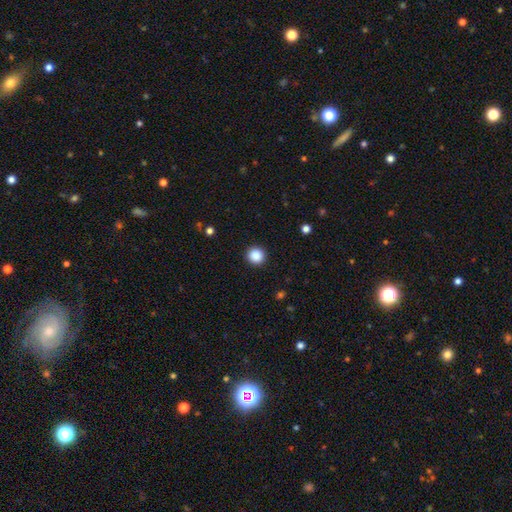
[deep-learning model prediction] A smooth galaxy with no disk features (88%) that is round (94%). Merging: none (92%).